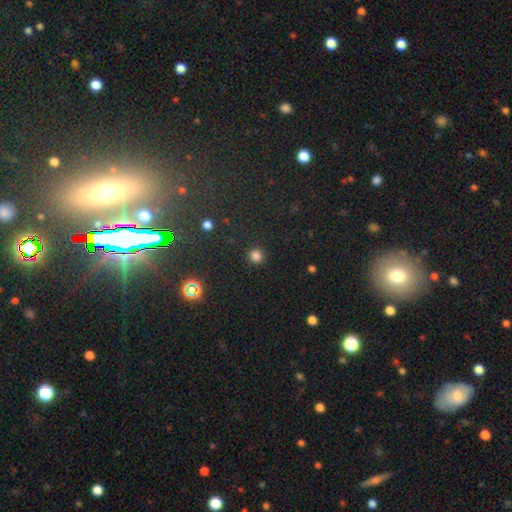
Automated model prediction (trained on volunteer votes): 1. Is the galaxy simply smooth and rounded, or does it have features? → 80% smooth, 16% star or artifact, 4% featured or disk.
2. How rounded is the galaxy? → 87% round, 12% in between, 1% cigar-shaped.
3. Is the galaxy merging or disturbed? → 90% none, 6% minor disturbance, 2% major disturbance, 1% merger.